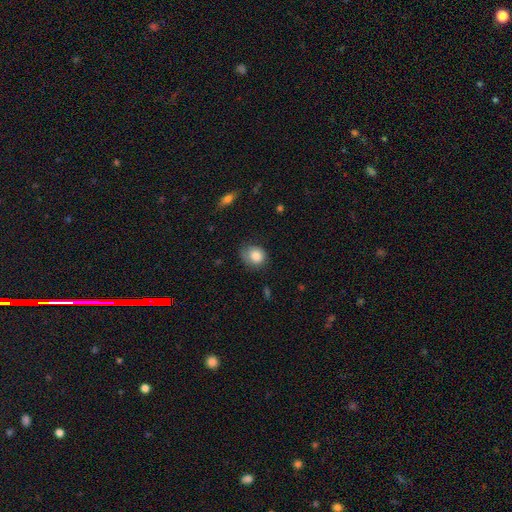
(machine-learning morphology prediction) smooth-or-featured: smooth: 83% | featured or disk: 9% | star or artifact: 8%
  how-rounded: round: 62% | in between: 37% | cigar-shaped: 1%
  merging: none: 61% | minor disturbance: 29% | major disturbance: 9% | merger: 1%